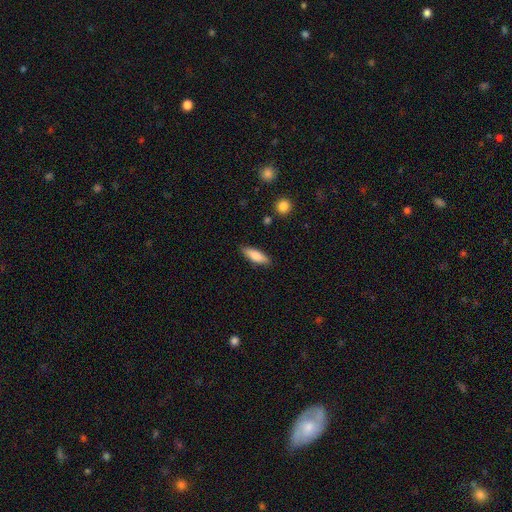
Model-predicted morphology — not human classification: This is clearly a smooth galaxy (81%). How rounded: possibly in between (55%). Merging: clearly none (86%).